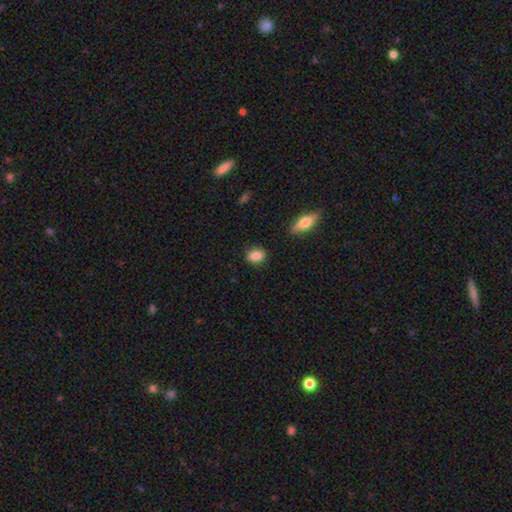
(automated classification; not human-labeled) Smooth or featured? Predicted: smooth (p=0.87). How rounded? Predicted: in between (p=0.78). Merging? Predicted: none (p=0.84).